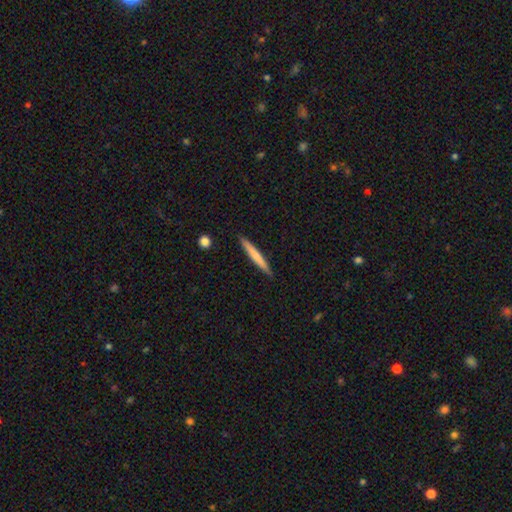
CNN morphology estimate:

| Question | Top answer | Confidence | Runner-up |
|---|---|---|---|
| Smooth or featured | smooth | 65% | featured or disk (30%) |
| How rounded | cigar-shaped | 96% | in between (3%) |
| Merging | none | 90% | minor disturbance (7%) |